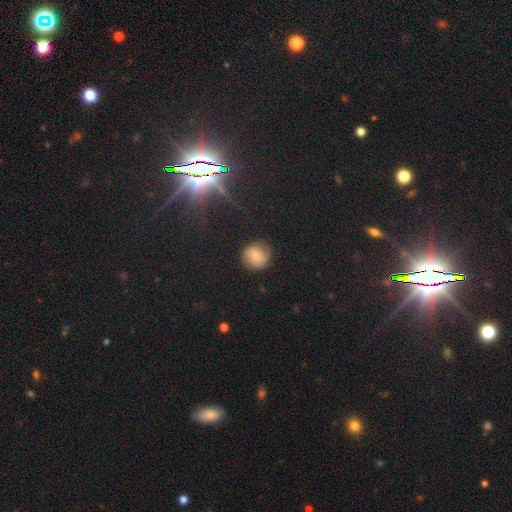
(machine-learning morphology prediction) This is possibly a smooth galaxy (58%). How rounded: clearly round (91%). Merging: likely none (80%).